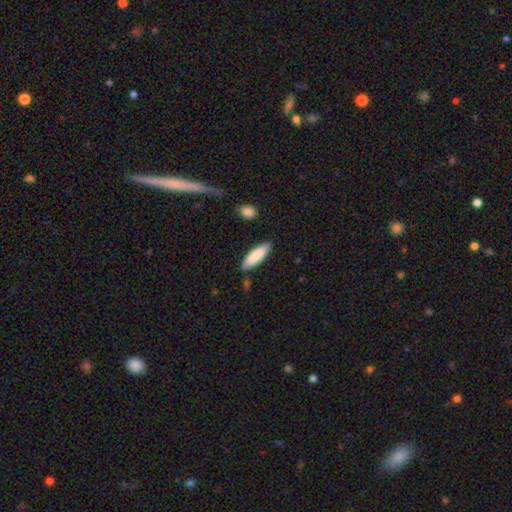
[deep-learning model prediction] Overall: smooth (85%). How rounded: in between (50%; cigar-shaped 48%). Merging: none (83%).